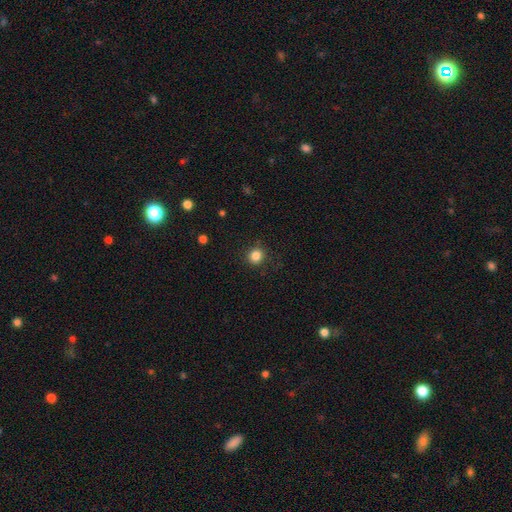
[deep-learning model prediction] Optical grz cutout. It shows a smooth galaxy with no disk features (84%) that is round (91%). Merging: none (89%).